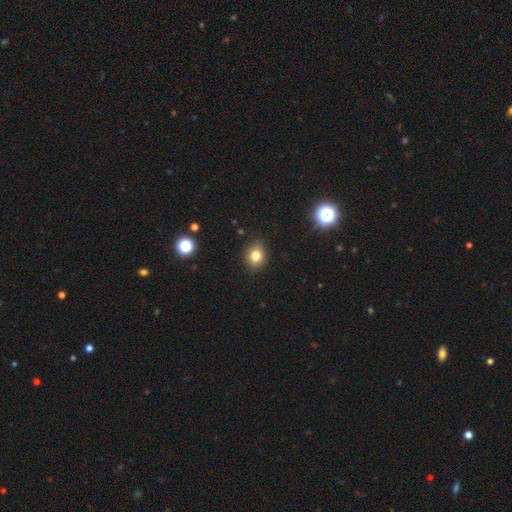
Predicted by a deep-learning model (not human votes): Smooth or featured? smooth (79%)
How rounded? round (57%)
Merging? none (87%)